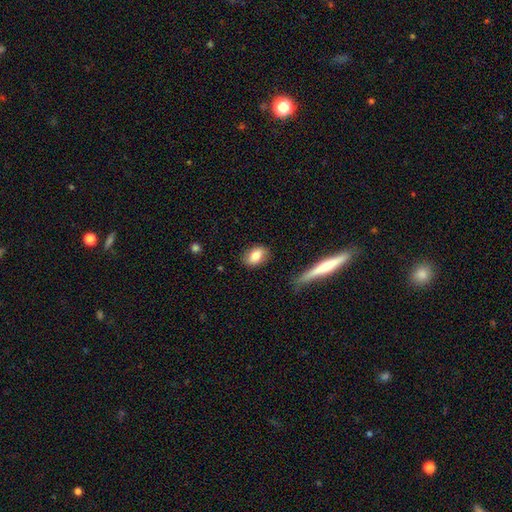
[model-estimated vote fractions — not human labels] smooth 80%, featured or disk 13%, star or artifact 7%. Down the decision tree: how rounded — in between (77%); merging — none (85%).